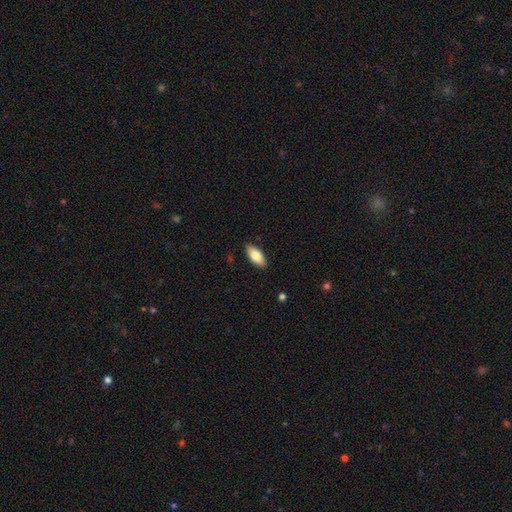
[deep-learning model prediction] The model was most divided on "smooth or featured": smooth: 76%, featured or disk: 18%, star or artifact: 6%. More confident: merging — none (88%); how rounded — in between (86%).